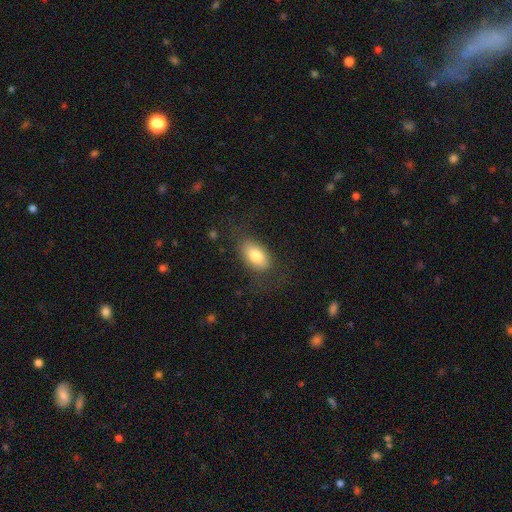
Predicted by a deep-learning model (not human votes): This appears to be a smooth galaxy with no disk features (78%) that is in between round and cigar-shaped (91%). Merging: none (76%).